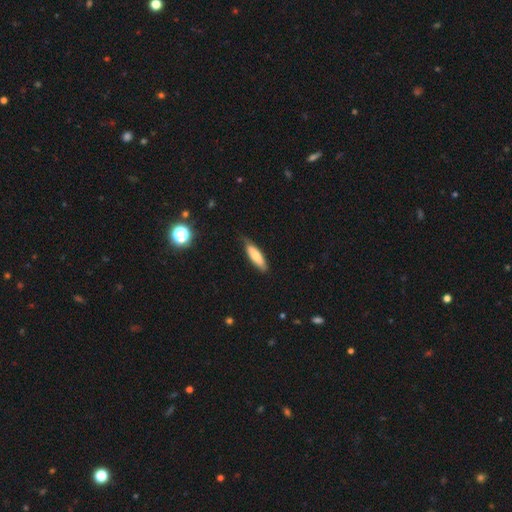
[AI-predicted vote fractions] Smooth or featured? Predicted: smooth (p=0.71). How rounded? Predicted: cigar-shaped (p=0.57). Merging? Predicted: none (p=0.73).